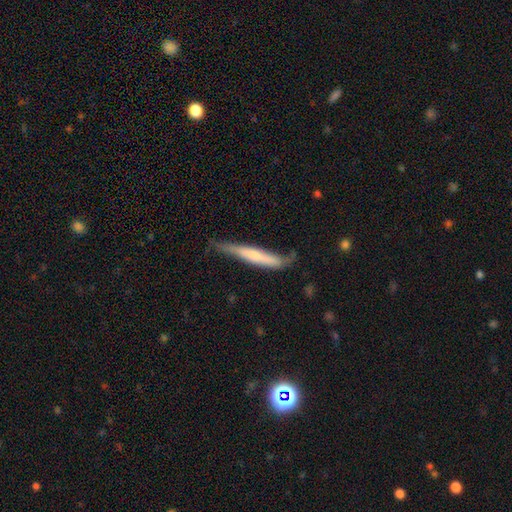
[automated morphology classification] This is possibly a smooth galaxy (55%). How rounded: clearly cigar-shaped (93%). Merging: possibly none (49%).